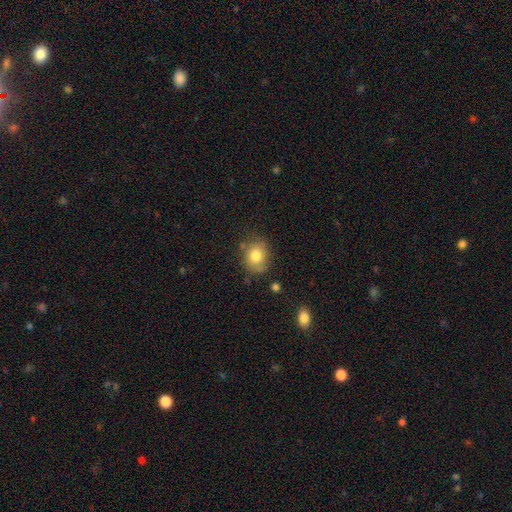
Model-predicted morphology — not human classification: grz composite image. It shows a smooth galaxy with no disk features (79%) that is round (56%). Merging: none (69%).